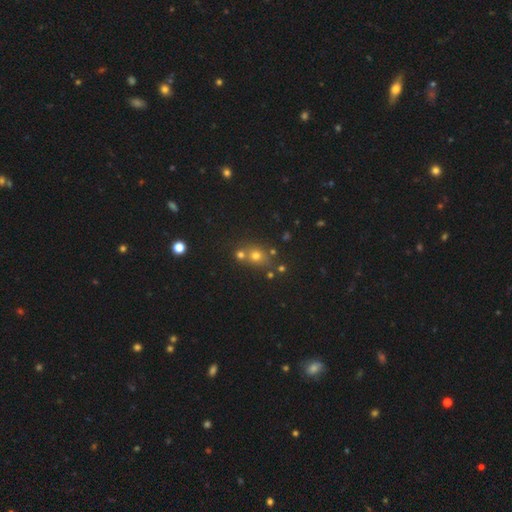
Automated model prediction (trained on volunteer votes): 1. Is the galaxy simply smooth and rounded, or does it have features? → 64% smooth, 24% star or artifact, 12% featured or disk.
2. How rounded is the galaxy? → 76% round, 22% in between, 1% cigar-shaped.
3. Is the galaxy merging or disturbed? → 56% none, 32% merger, 9% minor disturbance, 4% major disturbance.